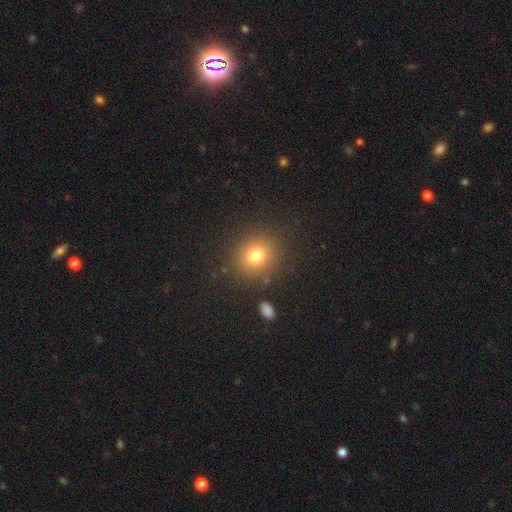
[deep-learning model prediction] The model was most divided on "smooth or featured": smooth: 77%, star or artifact: 15%, featured or disk: 9%. More confident: merging — none (86%); how rounded — round (84%).